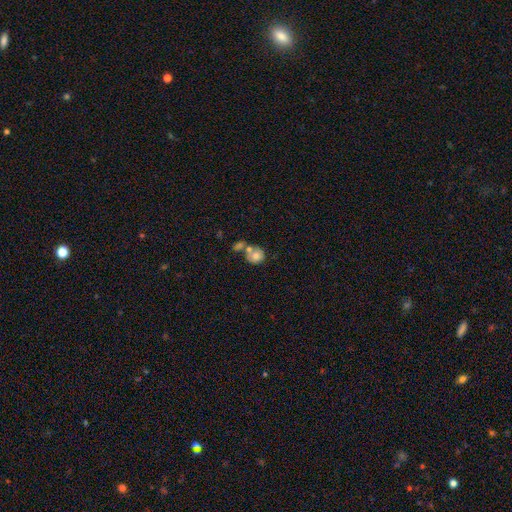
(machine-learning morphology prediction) Smooth or featured: smooth — 67% (featured or disk — 25%)
How rounded: round — 78% (in between — 21%)
Merging: merger — 47% (none — 35%)